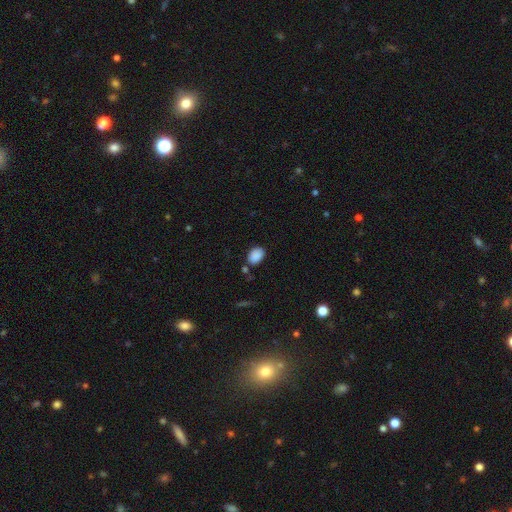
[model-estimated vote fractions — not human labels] This appears to be a smooth galaxy with no disk features (88%) that is in between round and cigar-shaped (78%). Merging: none (78%).